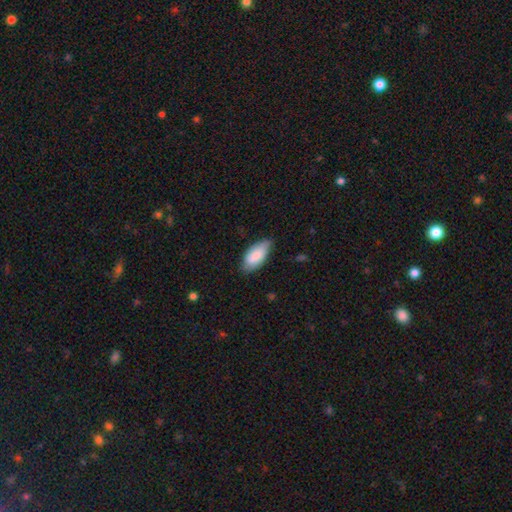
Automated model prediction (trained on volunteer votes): Morphology: type=smooth (83%); roundness=in between (91%); merging=none (68%).